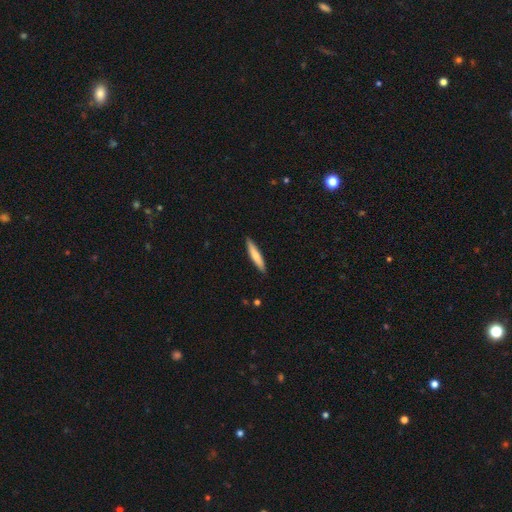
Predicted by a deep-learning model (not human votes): Morphology: type=smooth (67%); roundness=cigar-shaped (90%); merging=none (90%).